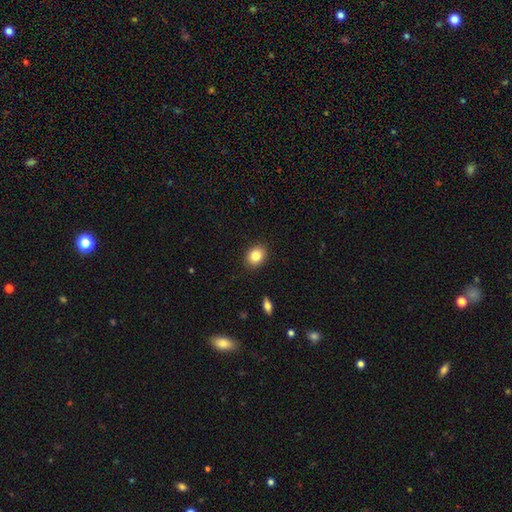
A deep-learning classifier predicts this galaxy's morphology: A smooth galaxy with no disk features (83%) that is in between round and cigar-shaped (53%).

Vote fractions:
- Smooth or featured? smooth: 83% / star or artifact: 9% / featured or disk: 8%
- How rounded? in between: 53% / round: 46% / cigar-shaped: 1%
- Merging? none: 90% / minor disturbance: 7% / major disturbance: 2% / merger: 1%